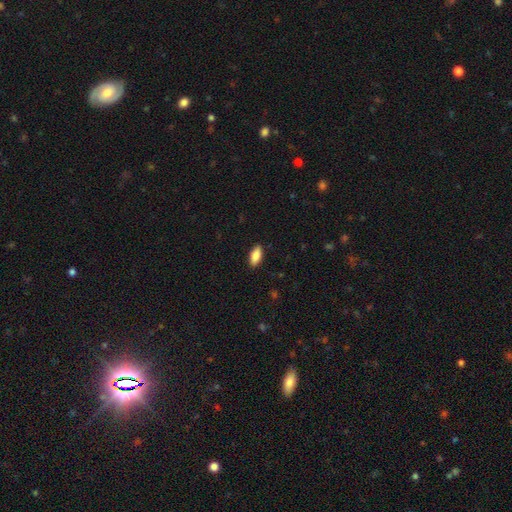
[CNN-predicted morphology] Smooth or featured: smooth — 87% (featured or disk — 7%)
How rounded: in between — 85% (cigar-shaped — 13%)
Merging: none — 89% (minor disturbance — 9%)